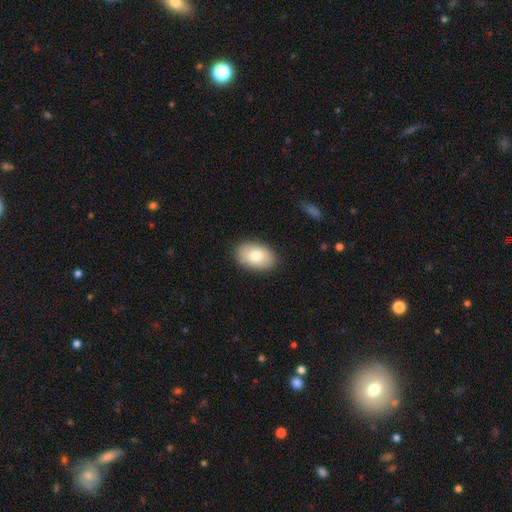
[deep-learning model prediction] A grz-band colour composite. It shows a smooth galaxy with no disk features (79%) that is in between round and cigar-shaped (89%). Merging: none (87%).